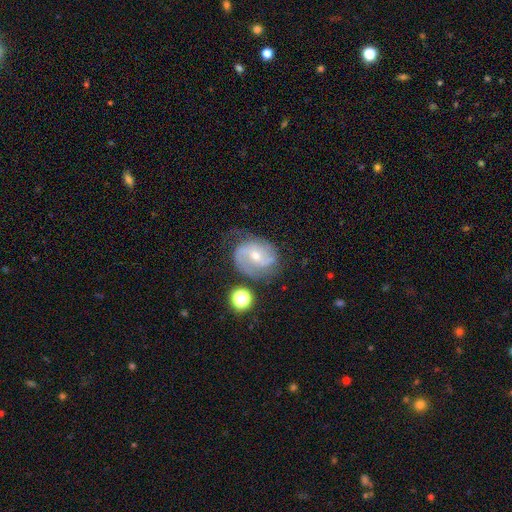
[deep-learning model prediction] A featured or disk galaxy (80%) with a weak bar (46%), 2 (79%) medium (47%) spiral arms (94%) and a small central bulge (57%). Merging: none (64%).